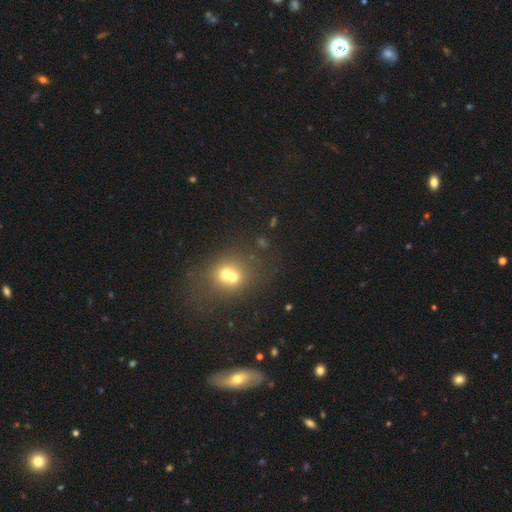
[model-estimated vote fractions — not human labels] smooth-or-featured: smooth: 55% | star or artifact: 31% | featured or disk: 13%
  how-rounded: round: 54% | in between: 44% | cigar-shaped: 2%
  merging: none: 77% | minor disturbance: 13% | major disturbance: 6% | merger: 4%